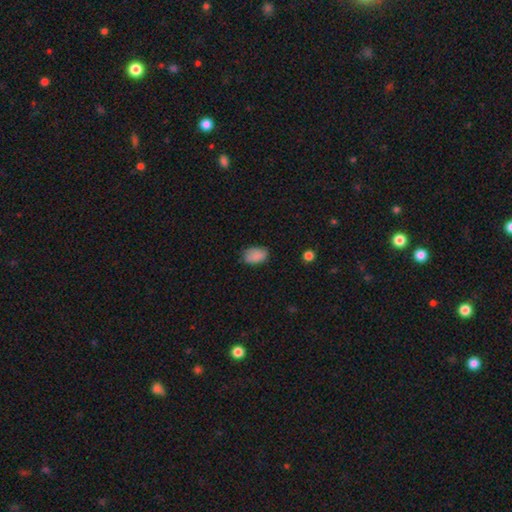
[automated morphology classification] smooth-or-featured: smooth: 85% | star or artifact: 9% | featured or disk: 6%
  how-rounded: in between: 86% | round: 12% | cigar-shaped: 1%
  merging: none: 69% | minor disturbance: 25% | major disturbance: 5% | merger: 2%